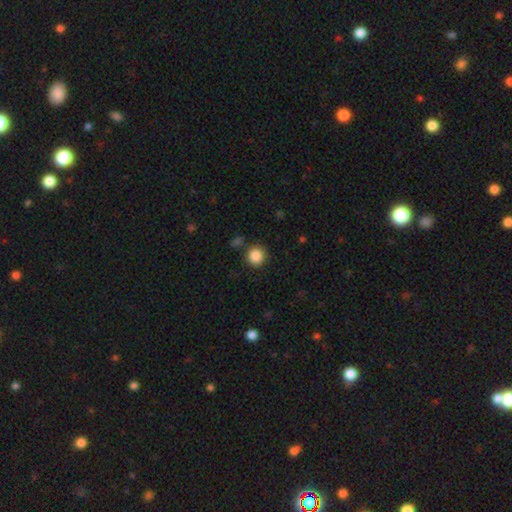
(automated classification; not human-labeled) Smooth or featured? smooth (87%)
How rounded? round (92%)
Merging? none (87%)